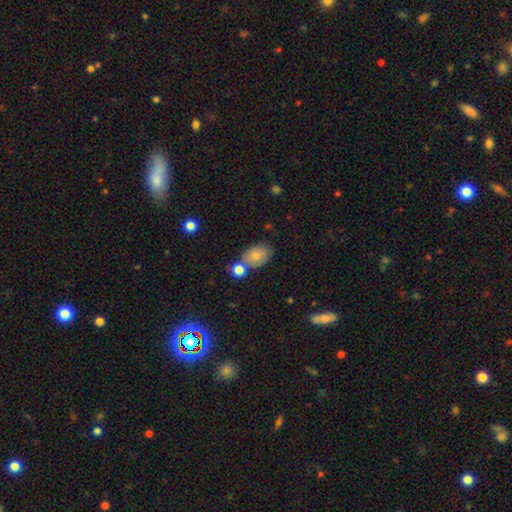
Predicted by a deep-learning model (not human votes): This appears to be a smooth galaxy with no disk features (80%) that is in between round and cigar-shaped (87%). Merging: none (55%).